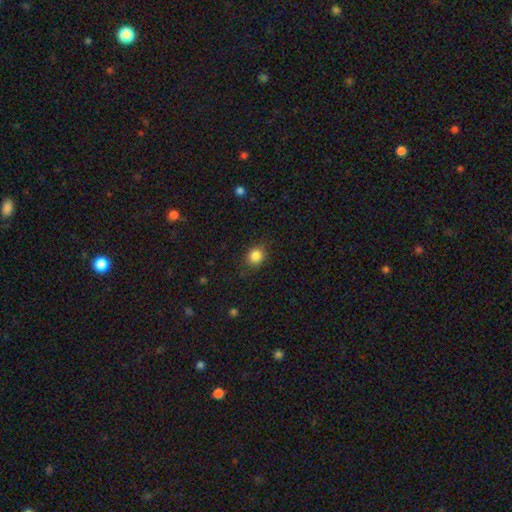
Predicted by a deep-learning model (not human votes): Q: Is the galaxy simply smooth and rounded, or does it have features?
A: smooth — 85%.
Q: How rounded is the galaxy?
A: round — 73%.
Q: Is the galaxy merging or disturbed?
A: none — 82%.